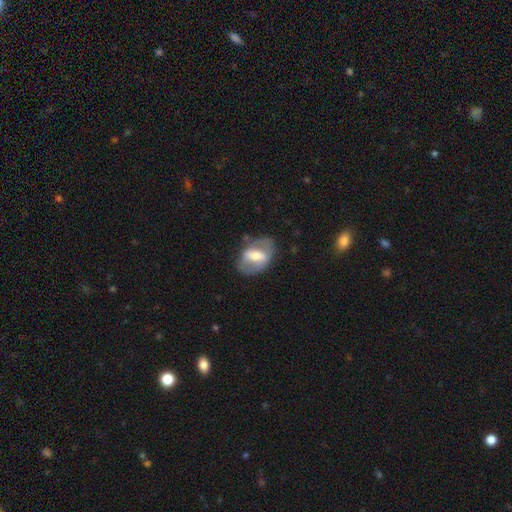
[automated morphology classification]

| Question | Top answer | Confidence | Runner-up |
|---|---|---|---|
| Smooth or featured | featured or disk | 58% | smooth (36%) |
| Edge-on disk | no | 92% | yes (8%) |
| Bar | strong | 51% | weak (31%) |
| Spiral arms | no | 67% | yes (33%) |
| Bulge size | moderate | 60% | small (23%) |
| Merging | none | 70% | minor disturbance (18%) |